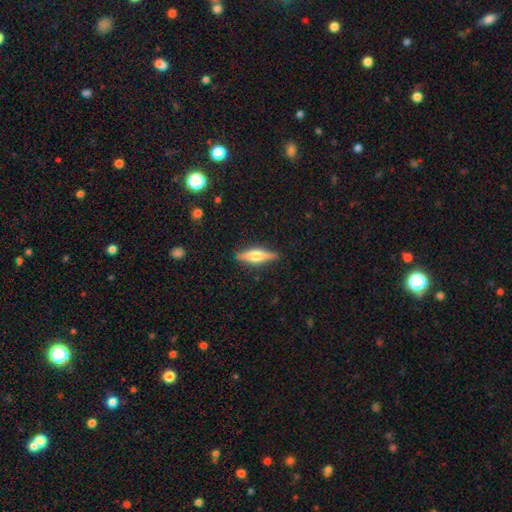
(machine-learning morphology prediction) type=featured or disk (60%); edge-on=yes (96%); edge-on bulge=rounded (86%); merging=none (88%).